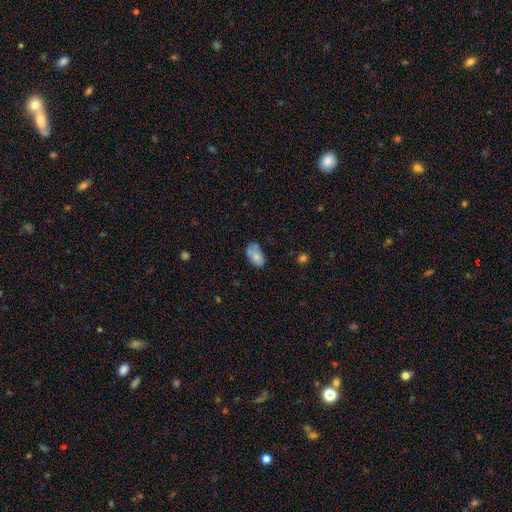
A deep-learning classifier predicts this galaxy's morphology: A smooth galaxy with no disk features (73%) that is in between round and cigar-shaped (92%).

Vote fractions:
- Smooth or featured? smooth: 73% / featured or disk: 19% / star or artifact: 8%
- How rounded? in between: 92% / round: 7% / cigar-shaped: 2%
- Merging? none: 52% / minor disturbance: 31% / major disturbance: 10% / merger: 7%